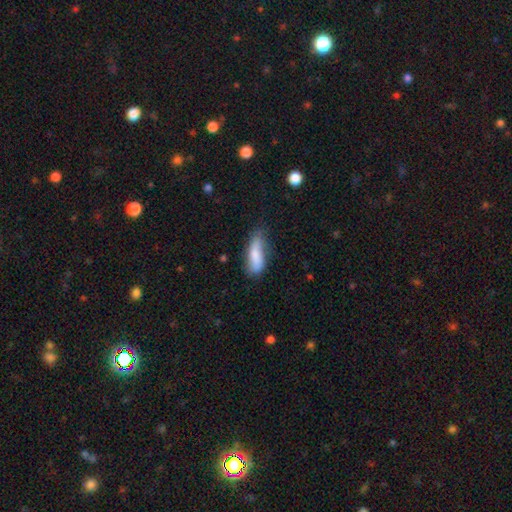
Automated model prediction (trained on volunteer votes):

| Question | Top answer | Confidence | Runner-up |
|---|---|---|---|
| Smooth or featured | smooth | 80% | featured or disk (14%) |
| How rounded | in between | 61% | cigar-shaped (37%) |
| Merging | none | 56% | minor disturbance (32%) |